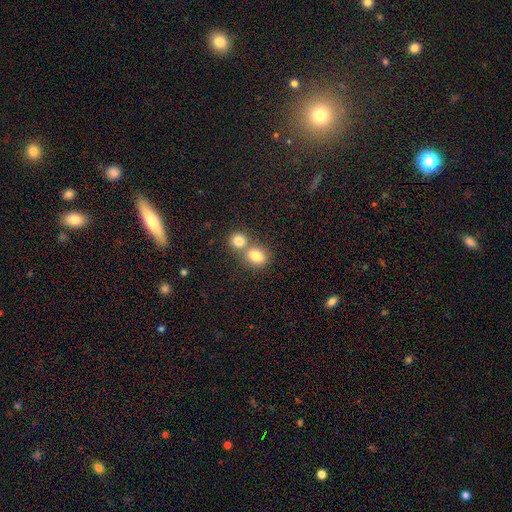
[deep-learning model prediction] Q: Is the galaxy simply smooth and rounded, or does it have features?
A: smooth — 82%.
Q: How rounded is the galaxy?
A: round — 51%.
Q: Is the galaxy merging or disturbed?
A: merger — 48%.